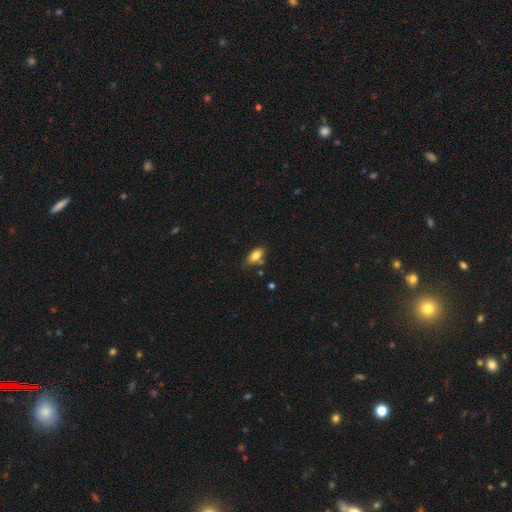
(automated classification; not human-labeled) This appears to be a smooth galaxy with no disk features (81%) that is in between round and cigar-shaped (89%). Merging: none (68%).